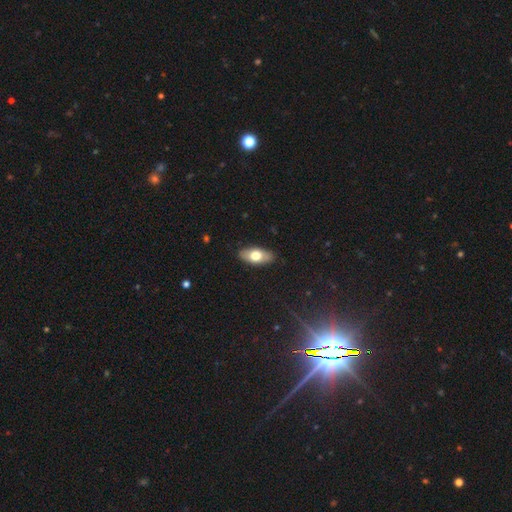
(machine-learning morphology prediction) Smooth or featured? smooth (67%)
How rounded? in between (87%)
Merging? none (87%)